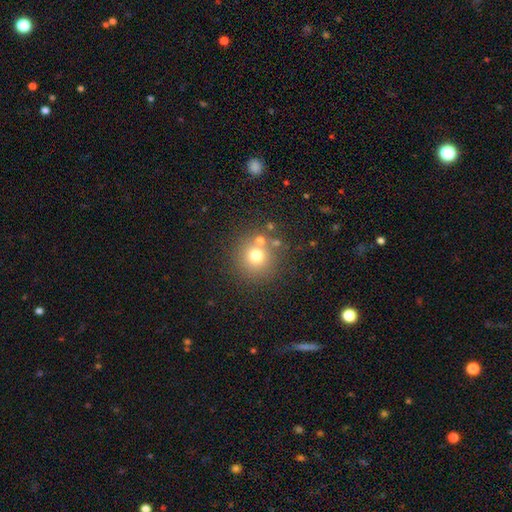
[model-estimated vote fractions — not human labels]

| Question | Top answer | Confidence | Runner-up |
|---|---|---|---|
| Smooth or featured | smooth | 70% | star or artifact (17%) |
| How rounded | round | 93% | in between (6%) |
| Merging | none | 76% | merger (11%) |